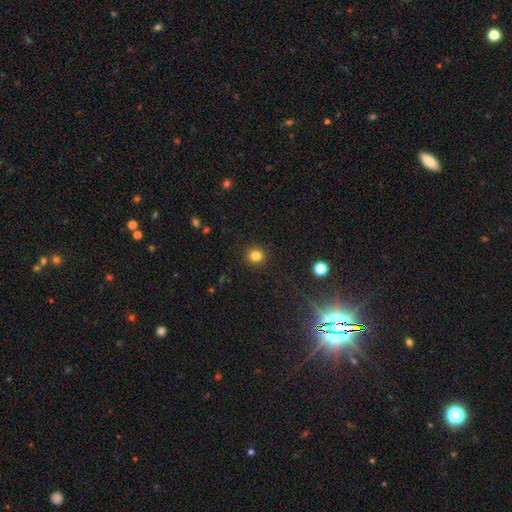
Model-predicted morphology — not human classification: Smooth or featured?
  - smooth: 81% *
  - star or artifact: 13%
  - featured or disk: 5%
How rounded?
  - round: 91% *
  - in between: 8%
  - cigar-shaped: 1%
Merging?
  - none: 92% *
  - minor disturbance: 5%
  - major disturbance: 2%
  - merger: 1%